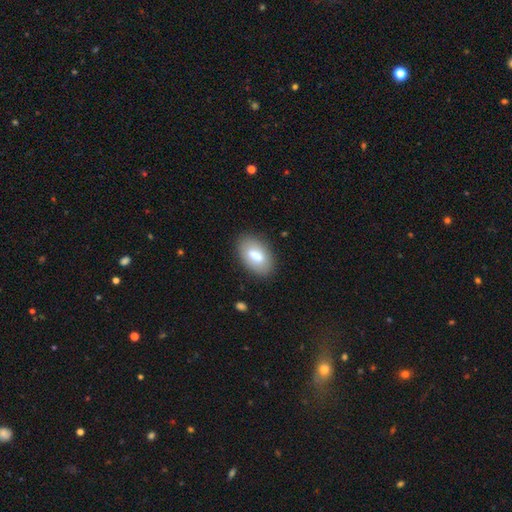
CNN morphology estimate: smooth-or-featured: smooth: 77% | featured or disk: 17% | star or artifact: 7%
  how-rounded: in between: 93% | round: 5% | cigar-shaped: 2%
  merging: none: 81% | minor disturbance: 13% | major disturbance: 4% | merger: 2%